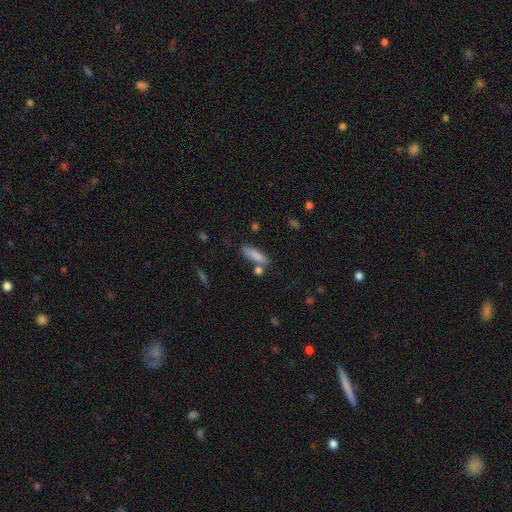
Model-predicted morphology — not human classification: smooth 83%, featured or disk 10%, star or artifact 7%. Down the decision tree: how rounded — cigar-shaped (54%); merging — none (65%).